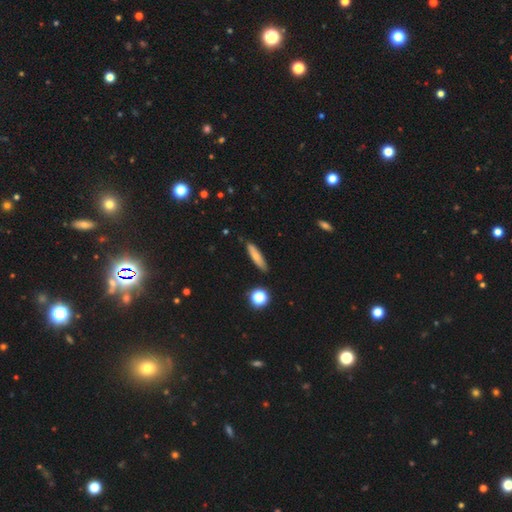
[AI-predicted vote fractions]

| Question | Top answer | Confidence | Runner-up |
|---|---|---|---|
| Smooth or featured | smooth | 74% | featured or disk (18%) |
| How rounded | cigar-shaped | 79% | in between (19%) |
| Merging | none | 86% | minor disturbance (10%) |